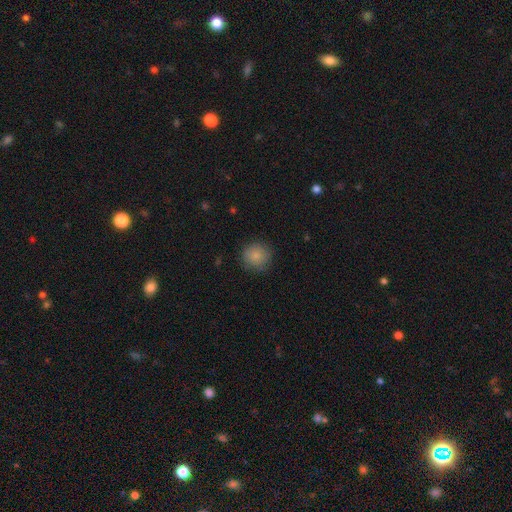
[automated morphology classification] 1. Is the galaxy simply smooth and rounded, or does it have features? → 86% smooth, 8% star or artifact, 6% featured or disk.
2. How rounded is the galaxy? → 92% round, 7% in between, 1% cigar-shaped.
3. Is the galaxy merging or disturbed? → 86% none, 10% minor disturbance, 3% major disturbance, 1% merger.